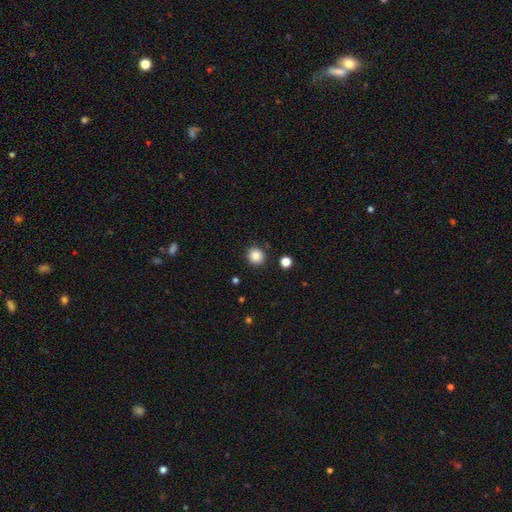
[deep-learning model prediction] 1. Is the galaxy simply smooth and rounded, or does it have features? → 86% smooth, 10% star or artifact, 4% featured or disk.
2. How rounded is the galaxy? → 91% round, 8% in between, 1% cigar-shaped.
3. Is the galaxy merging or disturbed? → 88% none, 7% minor disturbance, 2% merger, 2% major disturbance.